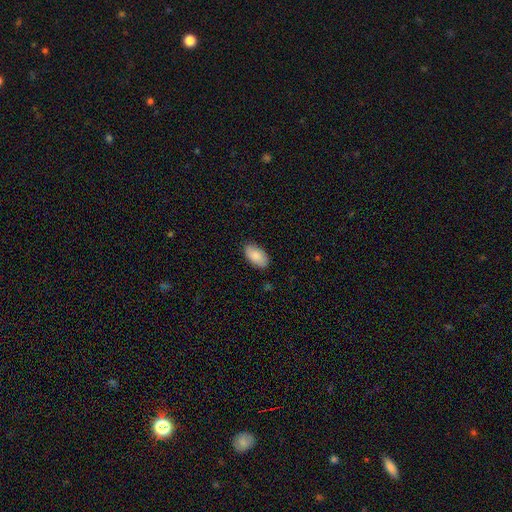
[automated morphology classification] Q: Smooth or featured?
A: smooth (86%); runner-up: featured or disk (8%)
Q: How rounded?
A: in between (95%); runner-up: round (3%)
Q: Merging?
A: none (84%); runner-up: minor disturbance (13%)